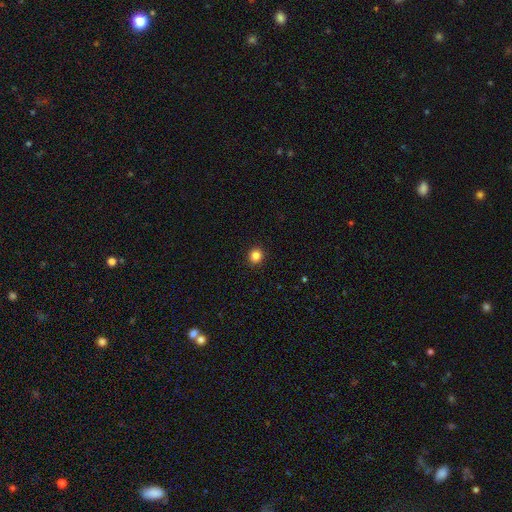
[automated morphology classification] smooth-or-featured: smooth: 85% | star or artifact: 11% | featured or disk: 4%
  how-rounded: round: 90% | in between: 9% | cigar-shaped: 1%
  merging: none: 93% | minor disturbance: 5% | major disturbance: 2% | merger: 1%